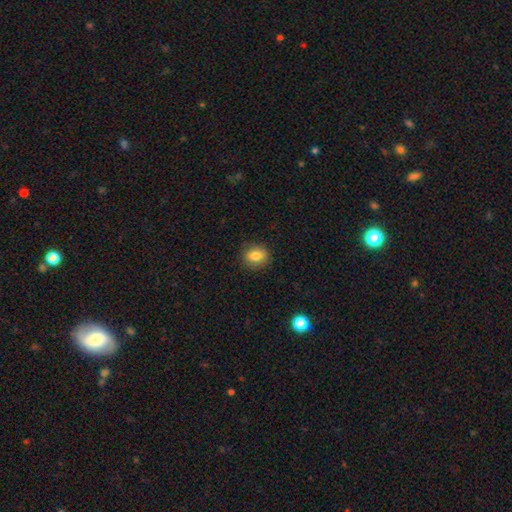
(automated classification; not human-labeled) This is clearly a smooth galaxy (80%). How rounded: possibly round (52%). Merging: clearly none (86%).